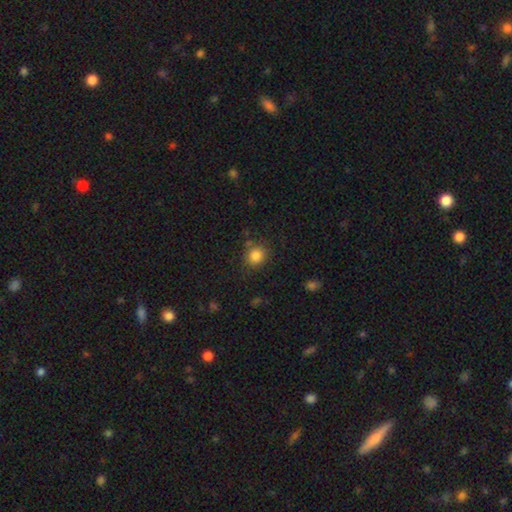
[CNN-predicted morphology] Smooth or featured? Predicted: smooth (p=0.84). How rounded? Predicted: round (p=0.79). Merging? Predicted: none (p=0.80).